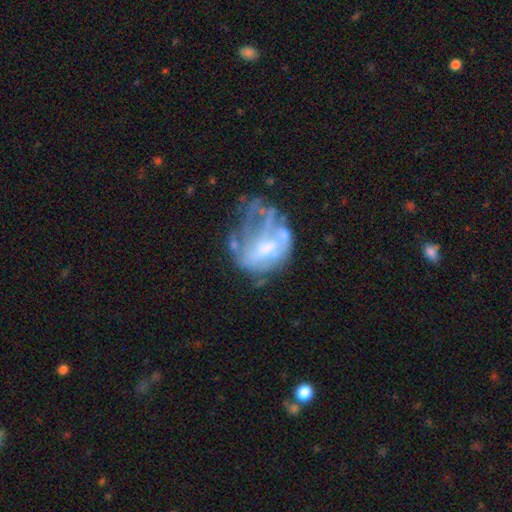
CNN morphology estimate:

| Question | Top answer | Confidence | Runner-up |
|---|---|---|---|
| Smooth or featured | featured or disk | 62% | smooth (26%) |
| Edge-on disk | no | 97% | yes (3%) |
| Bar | no | 57% | weak (31%) |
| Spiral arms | no | 65% | yes (35%) |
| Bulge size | moderate | 36% | none (31%) |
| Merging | major disturbance | 42% | none (26%) |